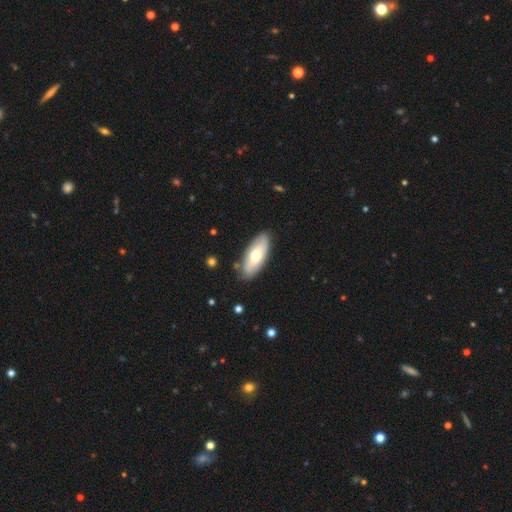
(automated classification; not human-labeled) Q: Smooth or featured?
A: smooth (62%); runner-up: featured or disk (33%)
Q: How rounded?
A: in between (82%); runner-up: cigar-shaped (16%)
Q: Merging?
A: none (85%); runner-up: minor disturbance (11%)